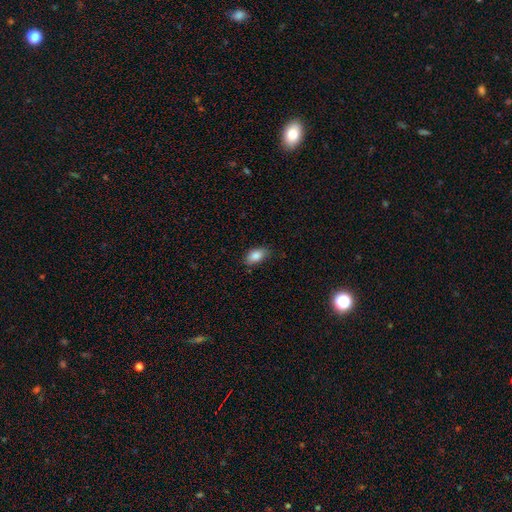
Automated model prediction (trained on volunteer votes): This is clearly a smooth galaxy (86%). How rounded: clearly in between (91%). Merging: likely none (78%).